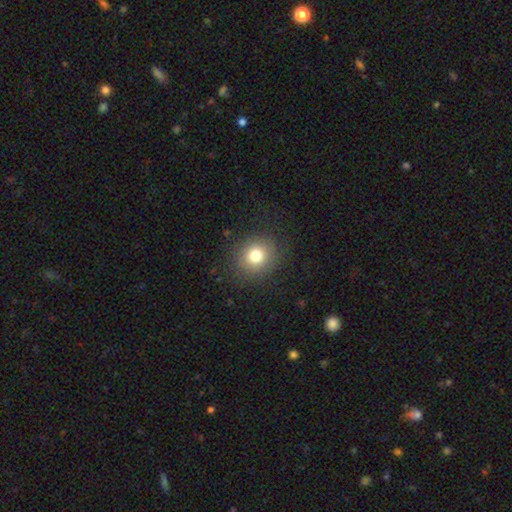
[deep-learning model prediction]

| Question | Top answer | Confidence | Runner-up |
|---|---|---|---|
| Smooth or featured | smooth | 78% | star or artifact (13%) |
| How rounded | round | 83% | in between (16%) |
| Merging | none | 87% | minor disturbance (8%) |